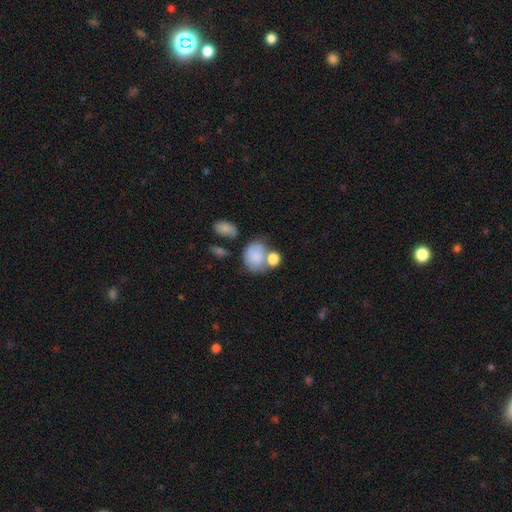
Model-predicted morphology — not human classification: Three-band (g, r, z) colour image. It shows a smooth galaxy with no disk features (81%) that is round (53%). Merging: none (44%).